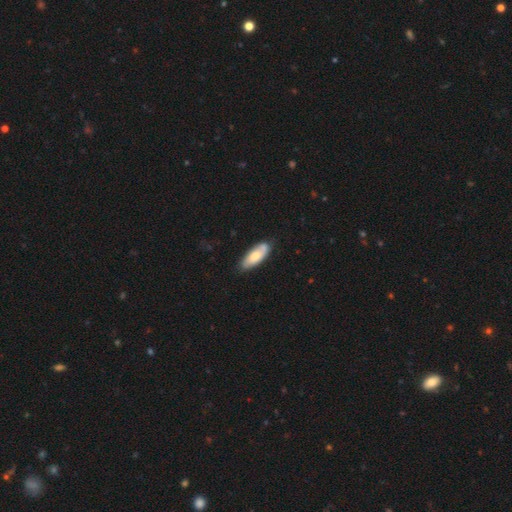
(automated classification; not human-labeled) Smooth or featured? smooth (68%)
How rounded? in between (76%)
Merging? none (76%)